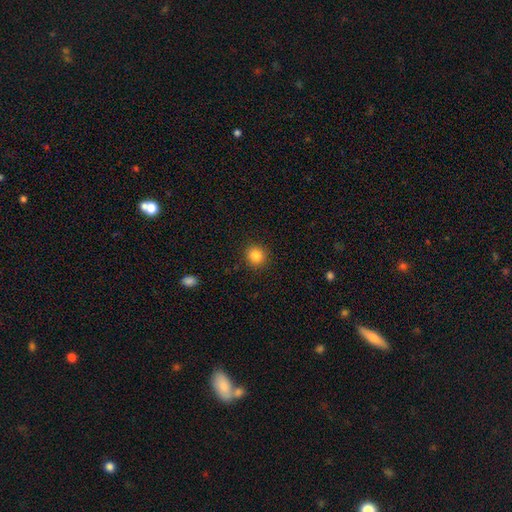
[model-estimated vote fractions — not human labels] Smooth or featured? smooth (84%)
How rounded? round (88%)
Merging? none (91%)